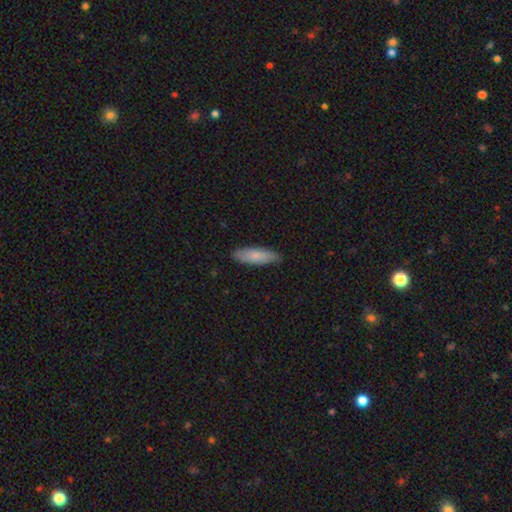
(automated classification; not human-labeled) This is likely a smooth galaxy (79%). How rounded: possibly in between (50%). Merging: clearly none (86%).